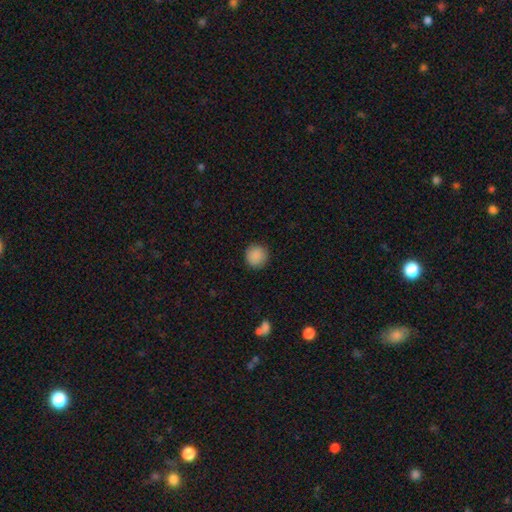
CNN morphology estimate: This is clearly a smooth galaxy (89%). How rounded: clearly round (93%). Merging: clearly none (90%).